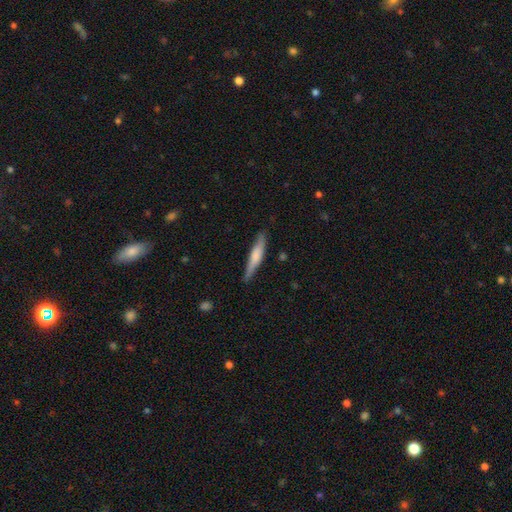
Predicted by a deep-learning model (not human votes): A smooth galaxy with no disk features (63%) that is cigar-shaped (89%).

Vote fractions:
- Smooth or featured? smooth: 63% / featured or disk: 32% / star or artifact: 5%
- How rounded? cigar-shaped: 89% / in between: 9% / round: 1%
- Merging? none: 80% / minor disturbance: 16% / major disturbance: 3% / merger: 1%